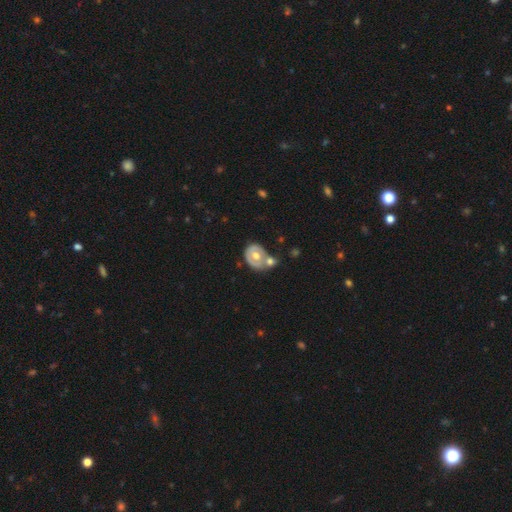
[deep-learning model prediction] This appears to be a featured or disk galaxy (48%). Merging: merger (49%).